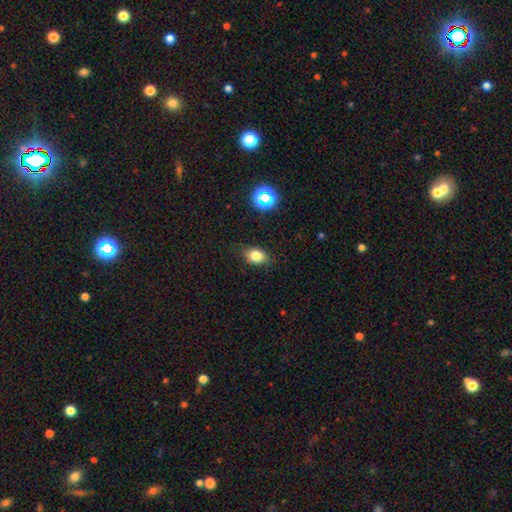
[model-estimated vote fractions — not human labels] This is likely a smooth galaxy (78%). How rounded: likely in between (74%). Merging: clearly none (81%).